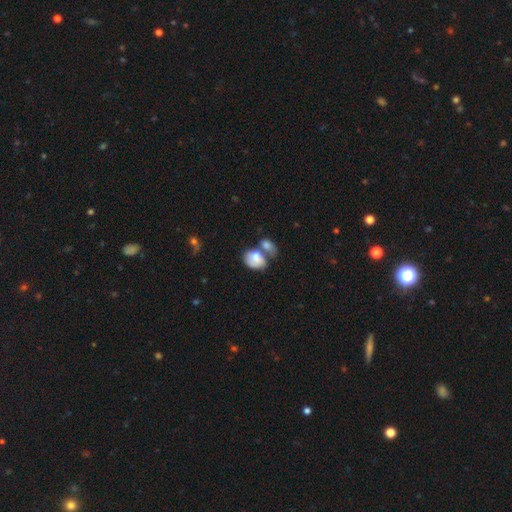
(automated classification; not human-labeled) This is likely a smooth galaxy (73%). How rounded: likely in between (67%). Merging: possibly merger (57%).